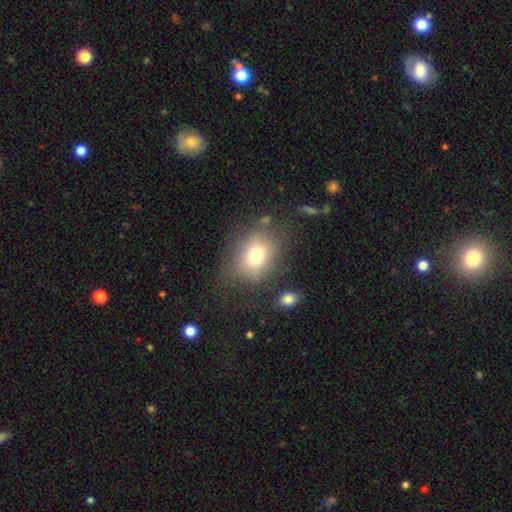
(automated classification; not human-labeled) Smooth or featured? smooth (74%)
How rounded? in between (53%)
Merging? none (71%)